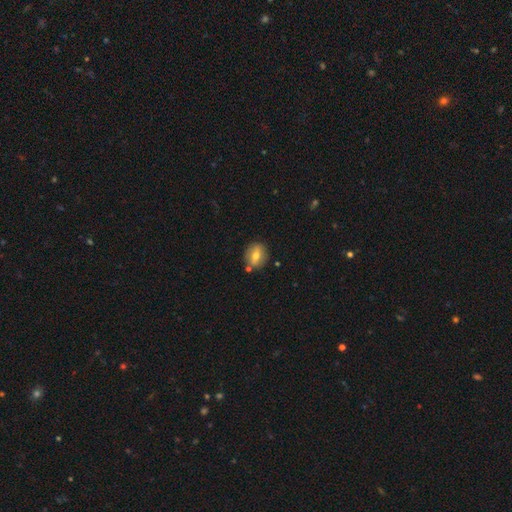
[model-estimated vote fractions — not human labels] Smooth or featured? smooth (57%)
How rounded? round (63%)
Merging? none (82%)